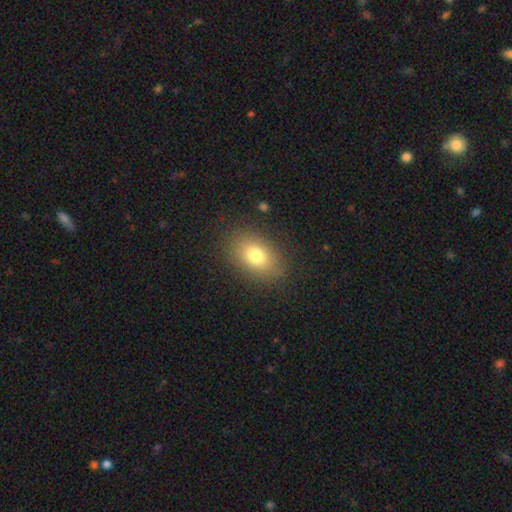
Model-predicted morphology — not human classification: smooth_or_featured: smooth (p=0.77) [alt: featured or disk p=0.12]
how_rounded: in between (p=0.75) [alt: round p=0.24]
merging: none (p=0.85) [alt: minor disturbance p=0.10]